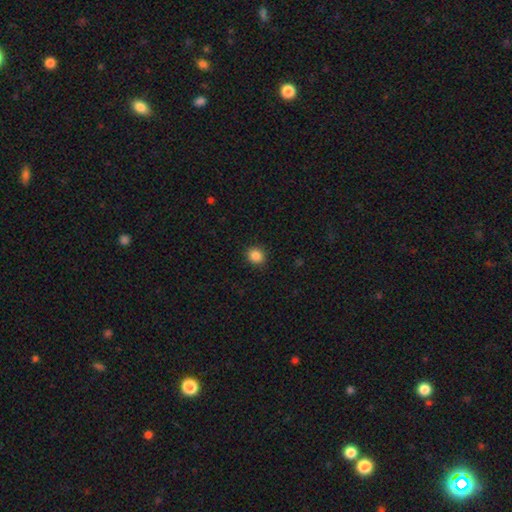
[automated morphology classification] The model was most divided on "how rounded": round: 75%, in between: 25%, cigar-shaped: 1%. More confident: merging — none (91%); smooth or featured — smooth (86%).